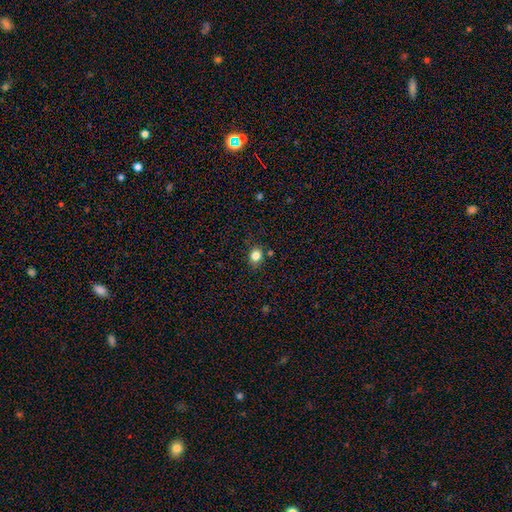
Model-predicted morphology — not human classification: smooth 82%, star or artifact 13%, featured or disk 5%. Down the decision tree: how rounded — round (69%); merging — none (84%).